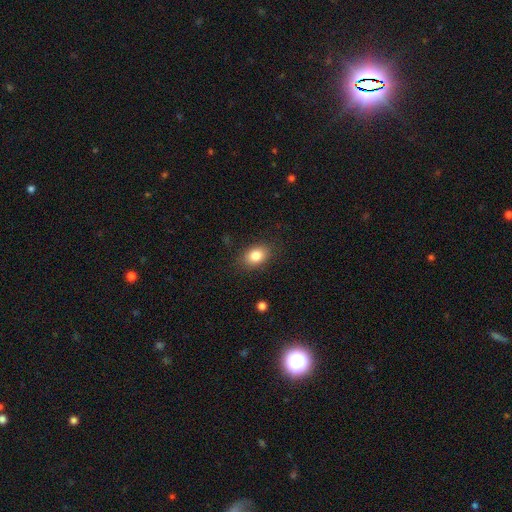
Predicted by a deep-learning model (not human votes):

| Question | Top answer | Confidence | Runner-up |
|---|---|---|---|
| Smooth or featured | smooth | 83% | star or artifact (9%) |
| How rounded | in between | 76% | round (22%) |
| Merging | none | 85% | minor disturbance (11%) |